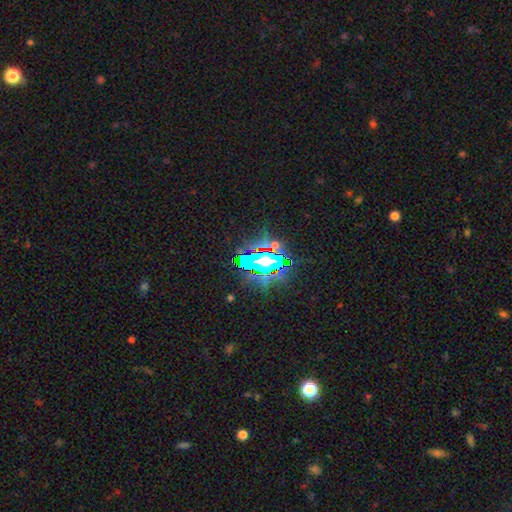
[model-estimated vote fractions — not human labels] This appears to be a star or artifact, not a galaxy (81%).